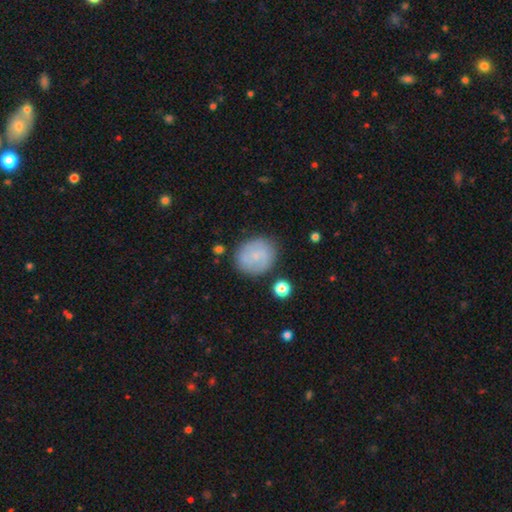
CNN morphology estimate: type=smooth (50%); roundness=round (75%); merging=none (80%).